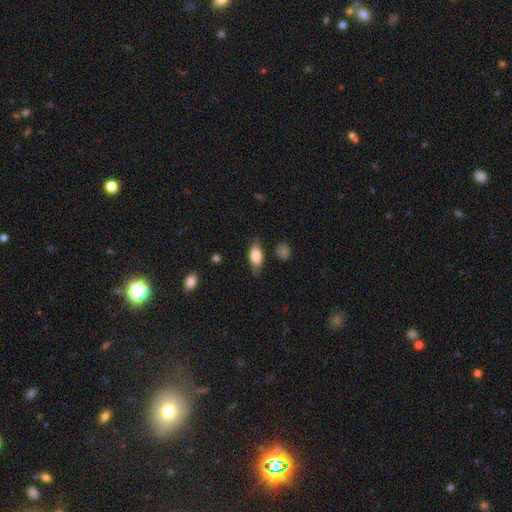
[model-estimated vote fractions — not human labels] Smooth or featured?
  - smooth: 71% *
  - featured or disk: 22%
  - star or artifact: 7%
How rounded?
  - in between: 81% *
  - cigar-shaped: 14%
  - round: 5%
Merging?
  - none: 69% *
  - minor disturbance: 23%
  - major disturbance: 6%
  - merger: 2%